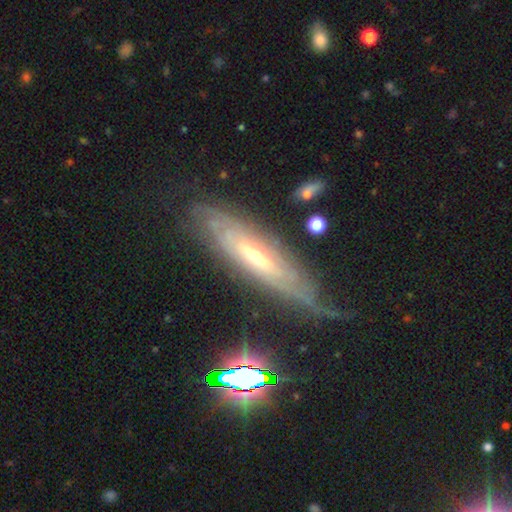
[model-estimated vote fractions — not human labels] smooth-or-featured: featured or disk: 77% | smooth: 14% | star or artifact: 10%
  disk-edge-on: no: 65% | yes: 35%
  merging: none: 62% | minor disturbance: 25% | major disturbance: 11% | merger: 2%